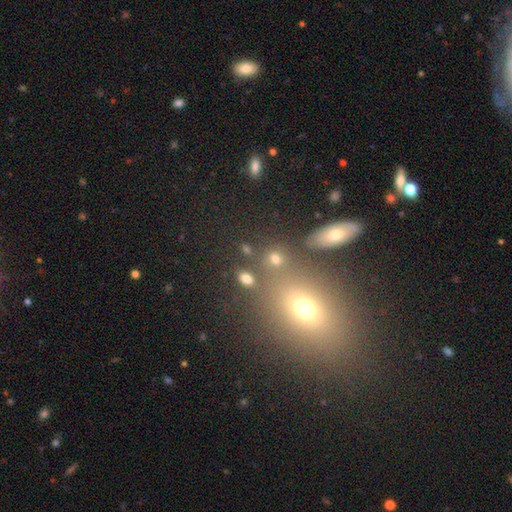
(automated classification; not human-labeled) The model was most divided on "smooth or featured": smooth: 56%, star or artifact: 28%, featured or disk: 16%. More confident: merging — none (72%); how rounded — in between (66%).